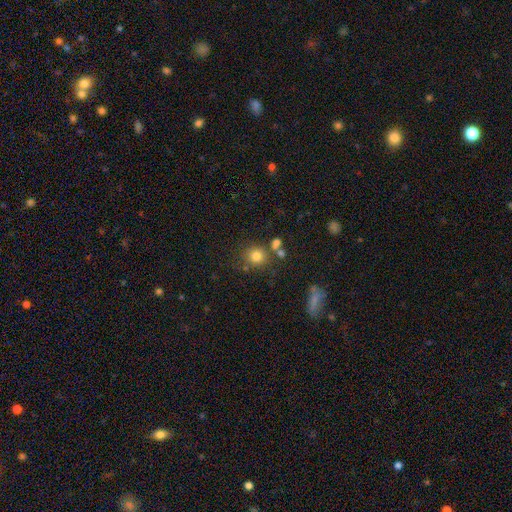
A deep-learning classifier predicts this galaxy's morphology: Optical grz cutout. It shows a smooth galaxy with no disk features (79%) that is round (87%). Merging: none (71%).